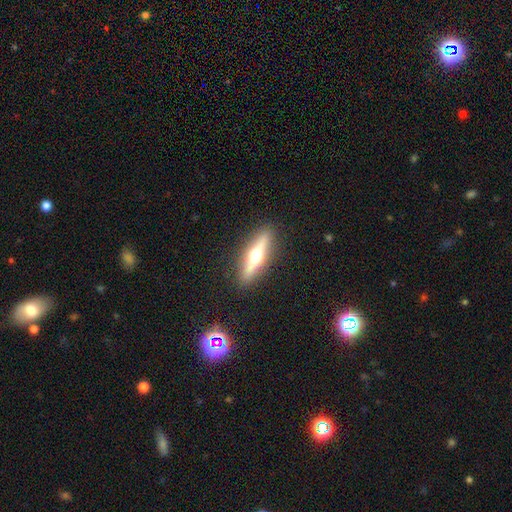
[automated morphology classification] Smooth or featured: featured or disk — 60% (smooth — 34%)
Edge-on disk: yes — 93% (no — 7%)
Edge-on bulge: rounded — 95% (boxy — 3%)
Merging: none — 90% (minor disturbance — 7%)